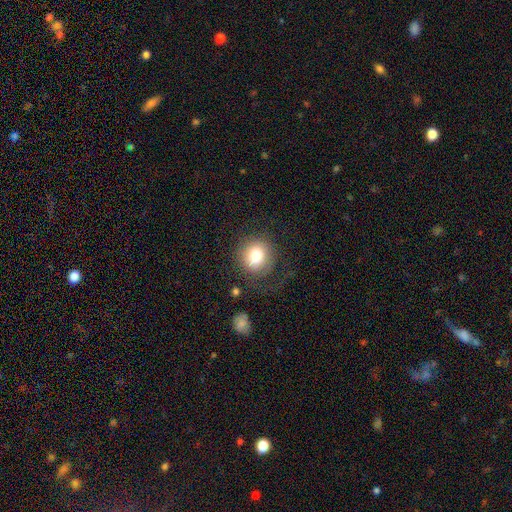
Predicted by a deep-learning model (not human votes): Q: Smooth or featured?
A: smooth (79%); runner-up: featured or disk (12%)
Q: How rounded?
A: round (84%); runner-up: in between (15%)
Q: Merging?
A: none (69%); runner-up: minor disturbance (14%)